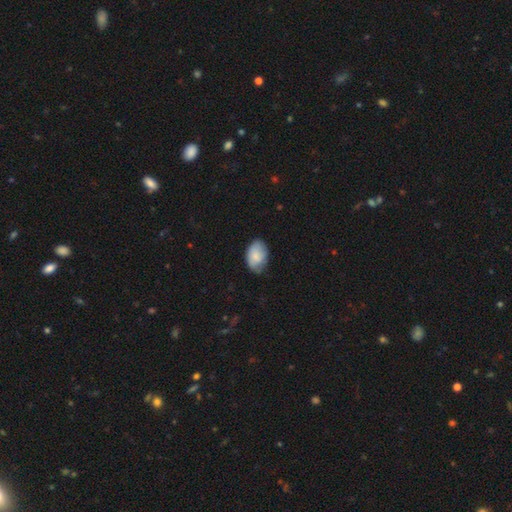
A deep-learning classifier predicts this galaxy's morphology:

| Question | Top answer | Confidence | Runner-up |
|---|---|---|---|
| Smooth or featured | smooth | 82% | featured or disk (12%) |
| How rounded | in between | 89% | round (10%) |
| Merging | none | 65% | minor disturbance (29%) |